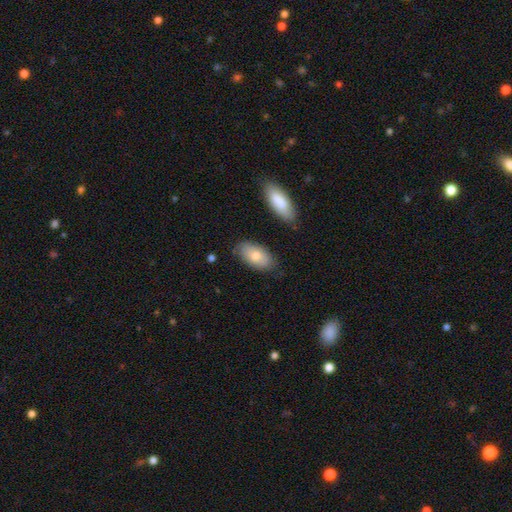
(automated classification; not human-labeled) Morphology: type=smooth (77%); roundness=in between (94%); merging=none (77%).